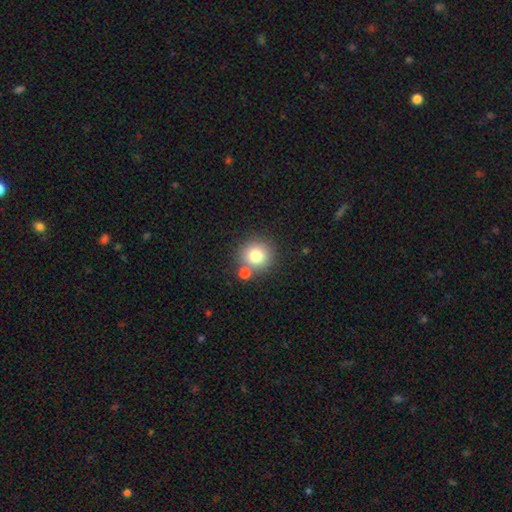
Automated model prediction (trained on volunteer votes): Smooth or featured? smooth (77%)
How rounded? round (92%)
Merging? none (72%)